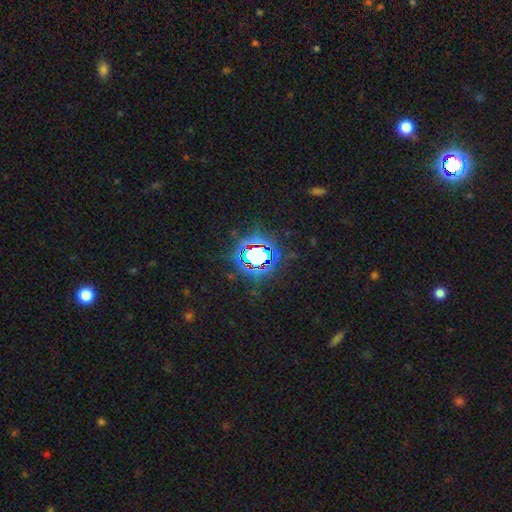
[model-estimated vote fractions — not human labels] star or artifact 74%, smooth 15%, featured or disk 10%.